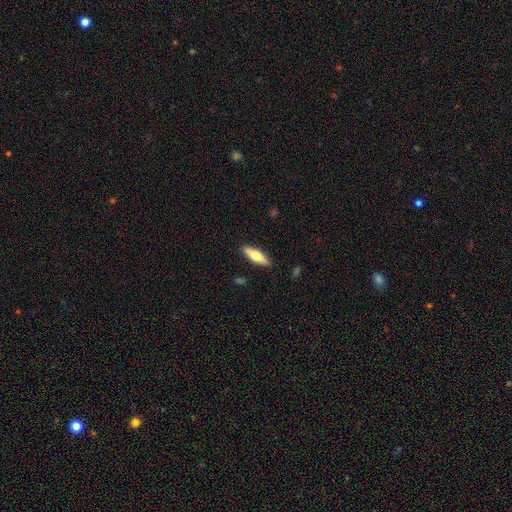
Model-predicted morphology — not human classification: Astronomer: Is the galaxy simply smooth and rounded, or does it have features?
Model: smooth — 60%.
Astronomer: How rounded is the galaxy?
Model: cigar-shaped — 51% (runner-up: in between, 47%).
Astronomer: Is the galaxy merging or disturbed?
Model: none — 89%.